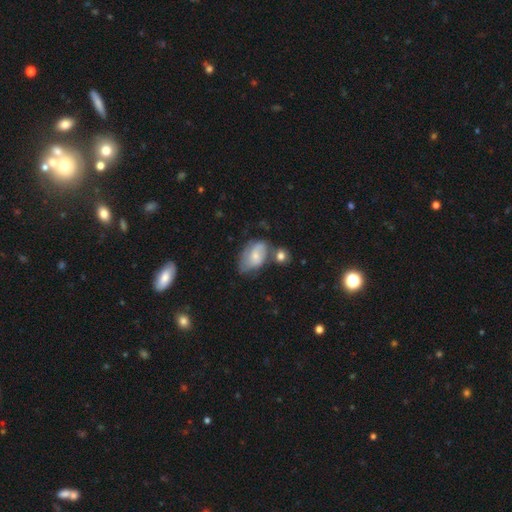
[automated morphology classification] The model was most divided on "smooth or featured": smooth: 50%, featured or disk: 43%, star or artifact: 7%. Remaining: how rounded — in between (88%); merging — none (41%).